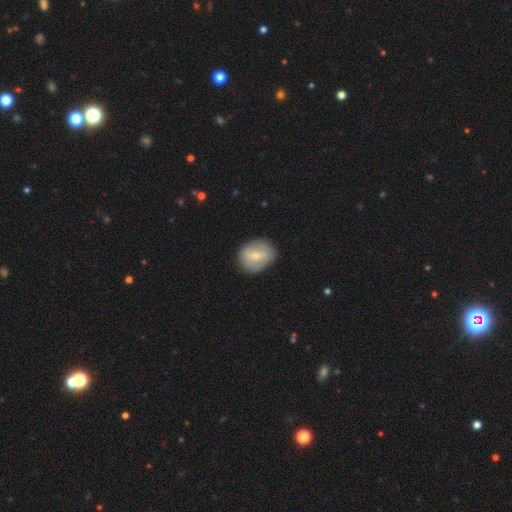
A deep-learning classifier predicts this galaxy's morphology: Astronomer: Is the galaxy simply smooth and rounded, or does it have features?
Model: smooth — 52% (runner-up: featured or disk, 42%).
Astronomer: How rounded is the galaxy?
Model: round — 52% (runner-up: in between, 47%).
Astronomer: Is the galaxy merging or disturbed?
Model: none — 82%.